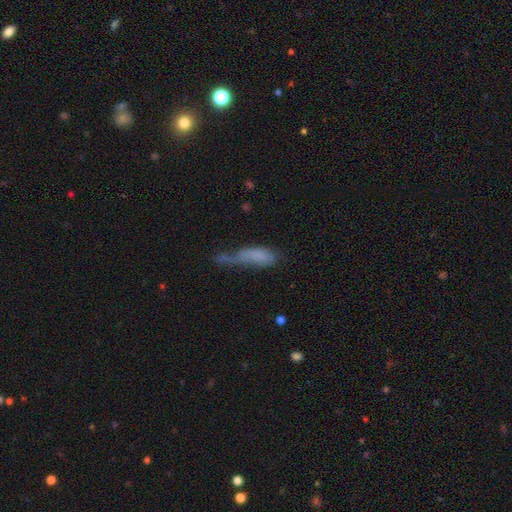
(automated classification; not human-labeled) Smooth or featured? Predicted: smooth (p=0.65). How rounded? Predicted: in between (p=0.49). Merging? Predicted: major disturbance (p=0.36).